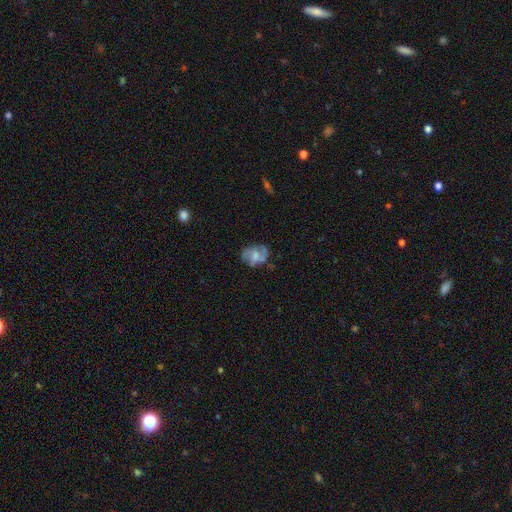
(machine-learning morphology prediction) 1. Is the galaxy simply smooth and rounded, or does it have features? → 50% featured or disk, 40% smooth, 10% star or artifact.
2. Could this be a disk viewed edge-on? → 97% no, 3% yes.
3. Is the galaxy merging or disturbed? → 52% none, 25% minor disturbance, 18% major disturbance, 5% merger.